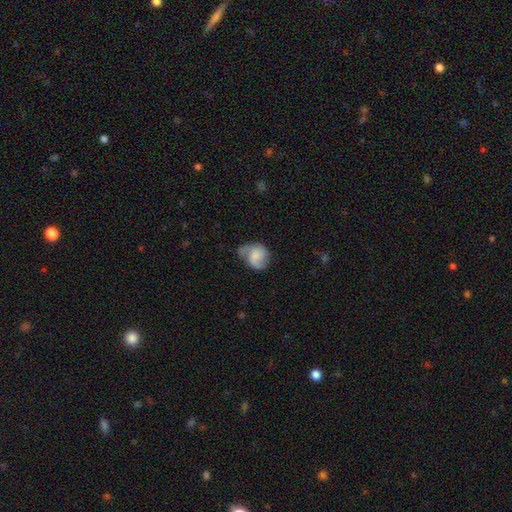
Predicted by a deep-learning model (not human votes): featured or disk 51%, smooth 41%, star or artifact 8%. Down the decision tree: edge-on disk — no (97%); bar — no (66%); spiral arms — yes (87%); bulge size — none (33%); merging — none (46%).